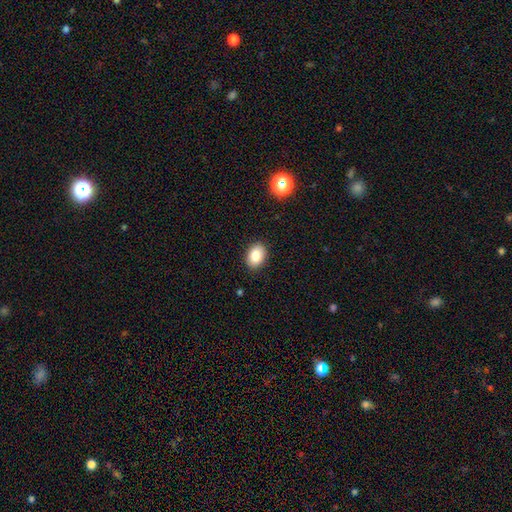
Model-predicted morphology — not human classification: Smooth or featured? smooth (85%)
How rounded? in between (80%)
Merging? none (89%)